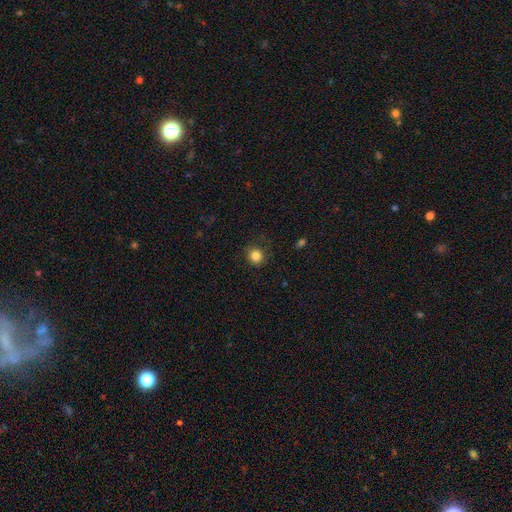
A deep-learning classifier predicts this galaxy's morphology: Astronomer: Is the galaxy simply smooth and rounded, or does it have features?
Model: smooth — 84%.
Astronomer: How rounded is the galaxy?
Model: round — 87%.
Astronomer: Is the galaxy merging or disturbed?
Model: none — 83%.